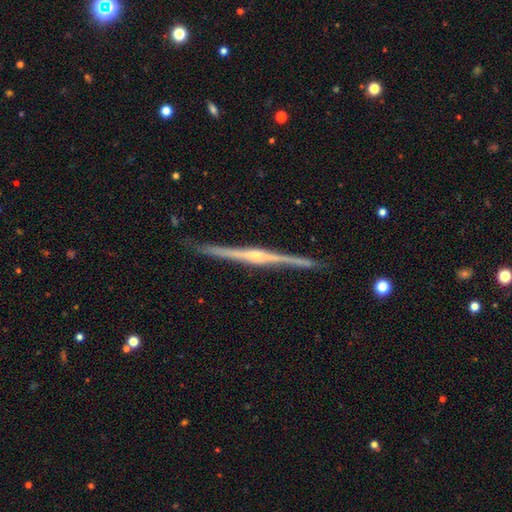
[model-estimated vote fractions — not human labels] Smooth or featured? Predicted: featured or disk (p=0.88). Edge-on disk? Predicted: yes (p=0.98). Edge-on bulge? Predicted: rounded (p=0.75). Merging? Predicted: none (p=0.88).